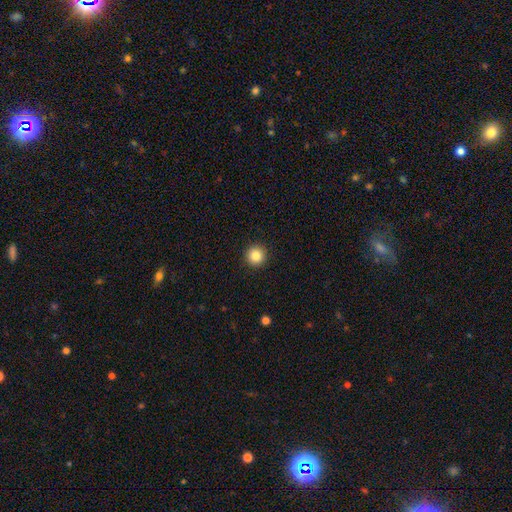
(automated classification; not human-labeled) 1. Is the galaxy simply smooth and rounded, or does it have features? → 86% smooth, 10% star or artifact, 4% featured or disk.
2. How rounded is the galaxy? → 96% round, 3% in between, 1% cigar-shaped.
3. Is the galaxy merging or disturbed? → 93% none, 5% minor disturbance, 2% major disturbance, 1% merger.